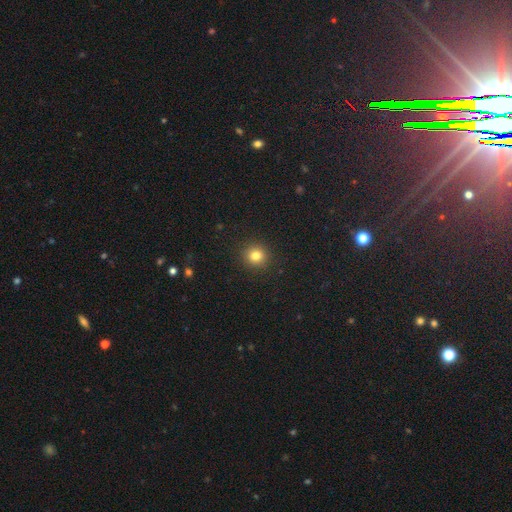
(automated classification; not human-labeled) Smooth or featured? Predicted: smooth (p=0.82). How rounded? Predicted: round (p=0.90). Merging? Predicted: none (p=0.92).